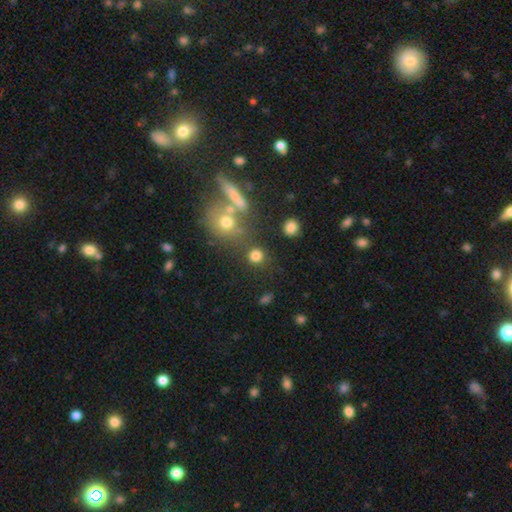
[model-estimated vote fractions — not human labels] The model was most divided on "merging": none: 72%, merger: 12%, minor disturbance: 10%, major disturbance: 6%. More confident: how rounded — round (87%); smooth or featured — smooth (79%).